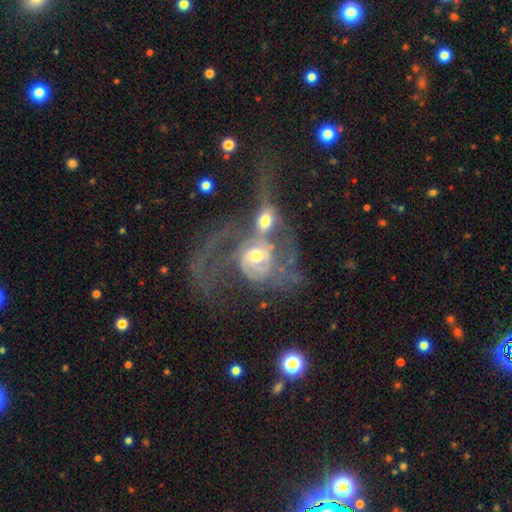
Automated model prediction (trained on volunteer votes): A featured or disk galaxy (78%) with no bar (69%), 2 (45%) medium (37%) spiral arms (83%) and a moderate central bulge (65%).

Vote fractions:
- Smooth or featured? featured or disk: 78% / smooth: 14% / star or artifact: 7%
- Edge-on disk? no: 96% / yes: 4%
- Bar? no: 69% / weak: 24% / strong: 7%
- Spiral arms? yes: 83% / no: 17%
- Spiral winding? medium: 37% / loose: 33% / tight: 30%
- Spiral arm count? 2: 45% / can't tell: 29% / 1: 15% / 3: 6% / 4: 3% / more than 4: 3%
- Bulge size? moderate: 65% / small: 19% / large: 12% / none: 2% / dominant: 2%
- Merging? merger: 71% / major disturbance: 17% / none: 8% / minor disturbance: 5%